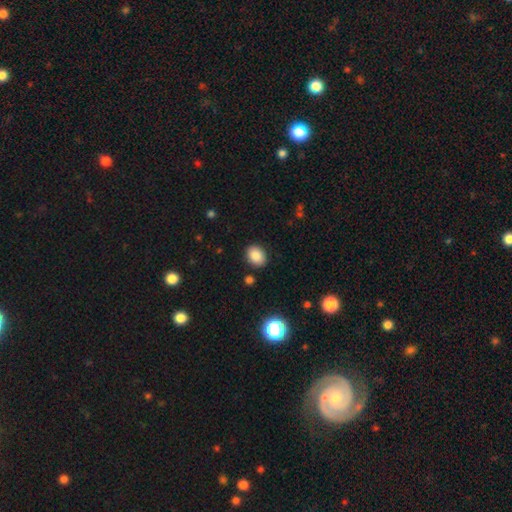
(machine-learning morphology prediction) Smooth or featured?
  - smooth: 87% *
  - star or artifact: 9%
  - featured or disk: 4%
How rounded?
  - in between: 66% *
  - round: 33%
  - cigar-shaped: 1%
Merging?
  - none: 87% *
  - minor disturbance: 9%
  - major disturbance: 2%
  - merger: 2%